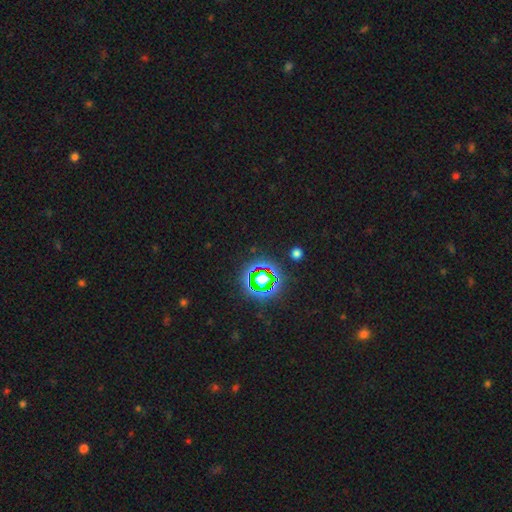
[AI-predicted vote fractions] Smooth or featured?
  - star or artifact: 76% *
  - smooth: 18%
  - featured or disk: 6%